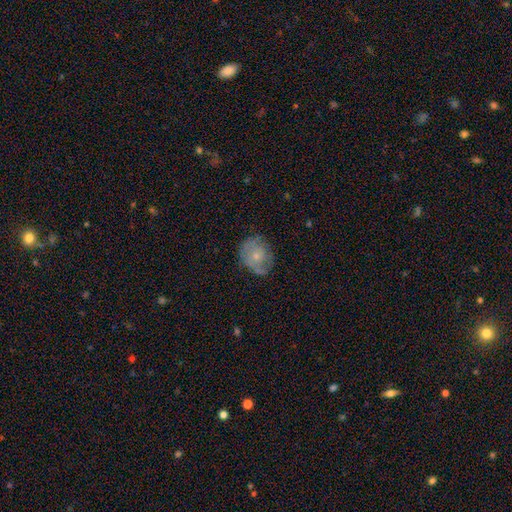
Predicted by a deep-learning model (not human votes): Smooth or featured? Predicted: smooth (p=0.57). How rounded? Predicted: round (p=0.68). Merging? Predicted: none (p=0.63).